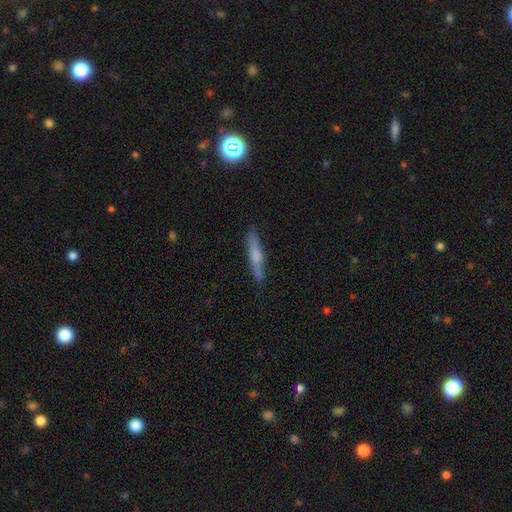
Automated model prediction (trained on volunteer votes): smooth_or_featured: featured or disk (p=0.47) [alt: smooth p=0.46]
merging: none (p=0.85) [alt: minor disturbance p=0.11]